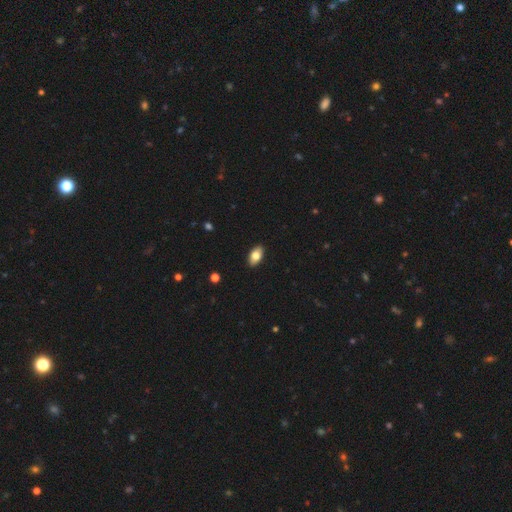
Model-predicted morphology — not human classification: Q: Smooth or featured?
A: smooth (80%); runner-up: featured or disk (13%)
Q: How rounded?
A: in between (93%); runner-up: round (4%)
Q: Merging?
A: none (90%); runner-up: minor disturbance (8%)